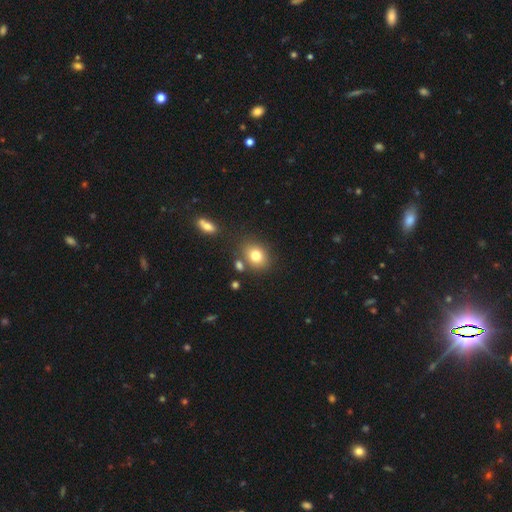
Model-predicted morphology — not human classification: A smooth galaxy with no disk features (79%) that is in between round and cigar-shaped (50%). Merging: none (73%).